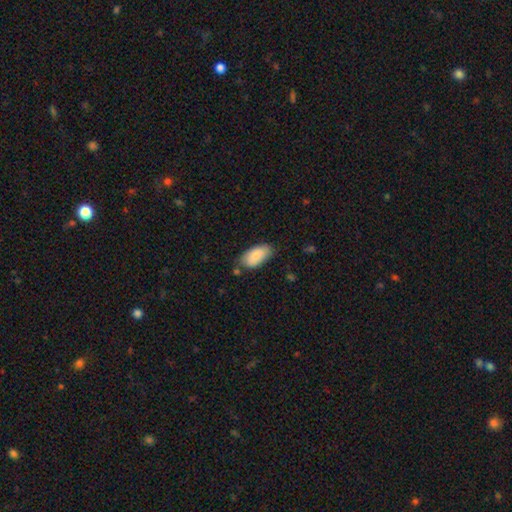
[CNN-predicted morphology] Overall: smooth (84%). How rounded: in between (94%). Merging: none (68%).